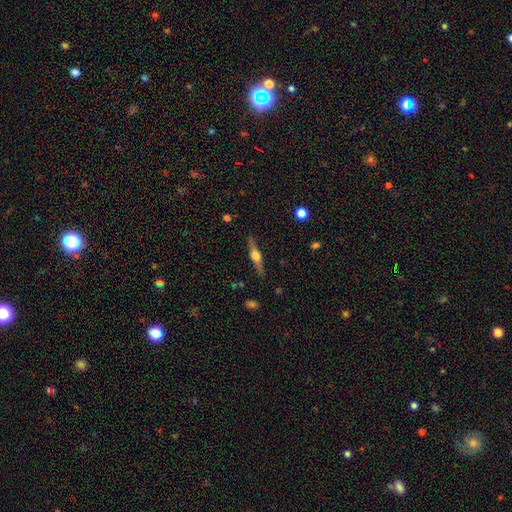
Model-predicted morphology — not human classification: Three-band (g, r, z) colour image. It shows a featured or disk galaxy (70%) viewed edge-on (97%) with a rounded central bulge (93%). Merging: none (89%).